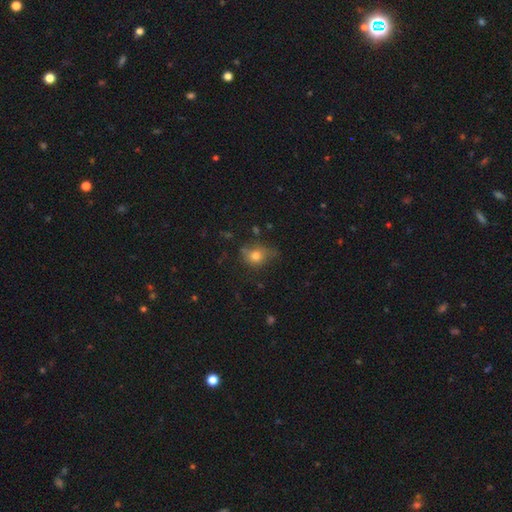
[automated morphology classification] Overall: smooth (75%). How rounded: round (67%; in between 32%). Merging: none (60%; minor disturbance 28%).